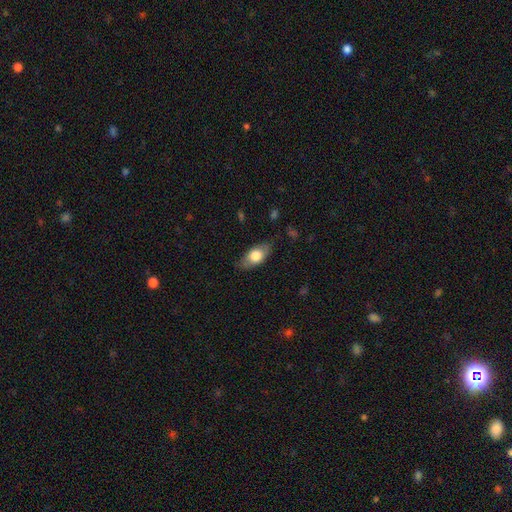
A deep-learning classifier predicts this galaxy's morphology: Smooth or featured? Predicted: smooth (p=0.71). How rounded? Predicted: in between (p=0.88). Merging? Predicted: none (p=0.79).